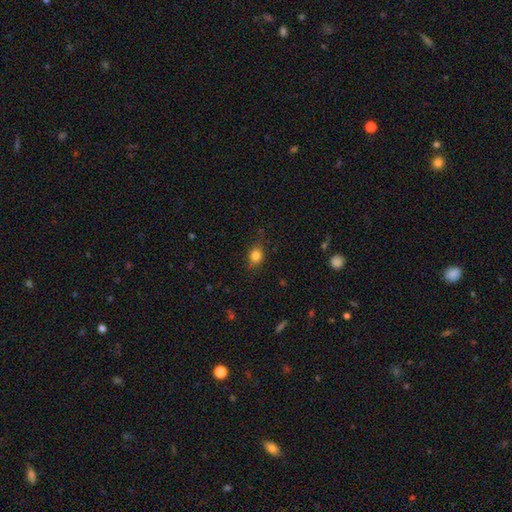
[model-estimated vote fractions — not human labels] Q: Smooth or featured?
A: smooth (81%); runner-up: star or artifact (11%)
Q: How rounded?
A: round (54%); runner-up: in between (44%)
Q: Merging?
A: none (77%); runner-up: minor disturbance (18%)